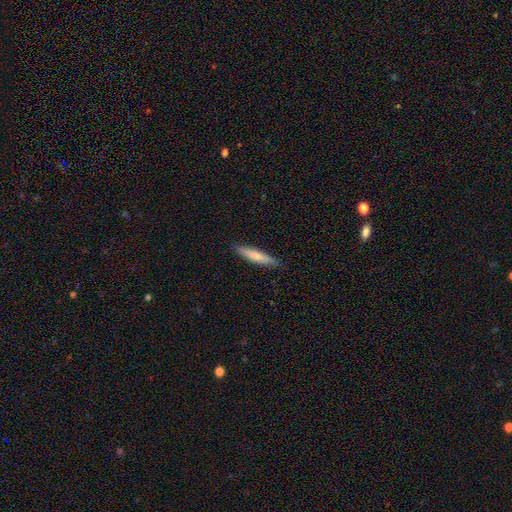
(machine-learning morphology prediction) The model was most divided on "smooth or featured": smooth: 72%, featured or disk: 23%, star or artifact: 5%. More confident: merging — none (88%); how rounded — cigar-shaped (87%).